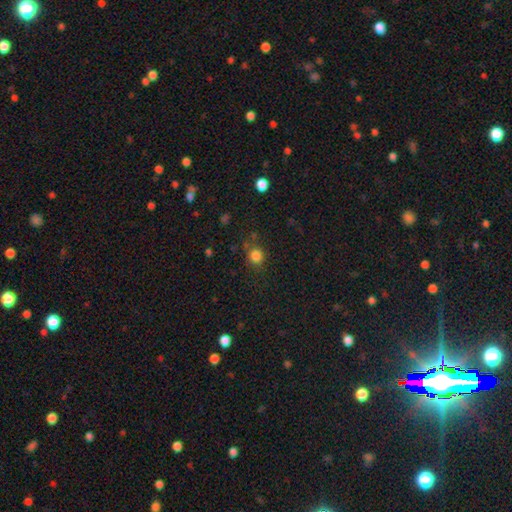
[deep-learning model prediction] Q: Smooth or featured?
A: smooth (82%); runner-up: star or artifact (13%)
Q: How rounded?
A: round (80%); runner-up: in between (19%)
Q: Merging?
A: none (77%); runner-up: minor disturbance (14%)